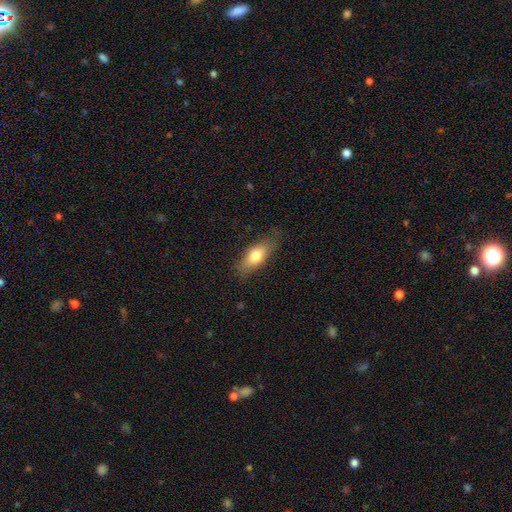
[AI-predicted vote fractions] smooth_or_featured: smooth (p=0.73) [alt: featured or disk p=0.20]
how_rounded: in between (p=0.73) [alt: cigar-shaped p=0.24]
merging: none (p=0.76) [alt: minor disturbance p=0.18]